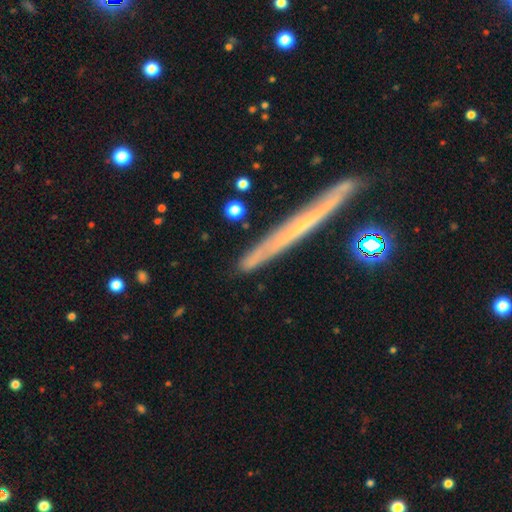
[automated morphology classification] This appears to be a featured or disk galaxy (50%). Merging: none (79%).